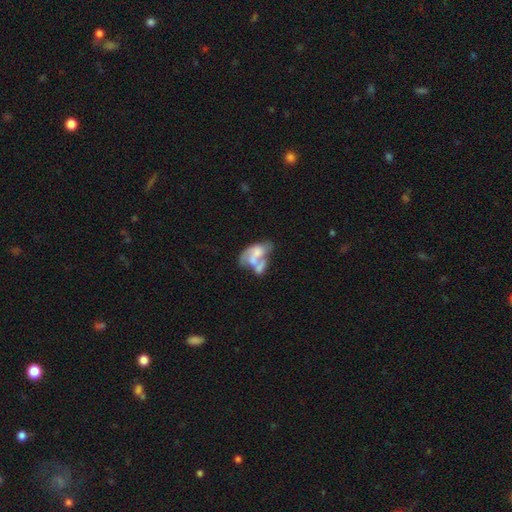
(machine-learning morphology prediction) Q: Smooth or featured?
A: featured or disk (57%); runner-up: smooth (35%)
Q: Edge-on disk?
A: no (97%); runner-up: yes (3%)
Q: Bar?
A: no (77%); runner-up: weak (17%)
Q: Spiral arms?
A: no (68%); runner-up: yes (32%)
Q: Bulge size?
A: none (43%); runner-up: moderate (24%)
Q: Merging?
A: merger (53%); runner-up: major disturbance (21%)